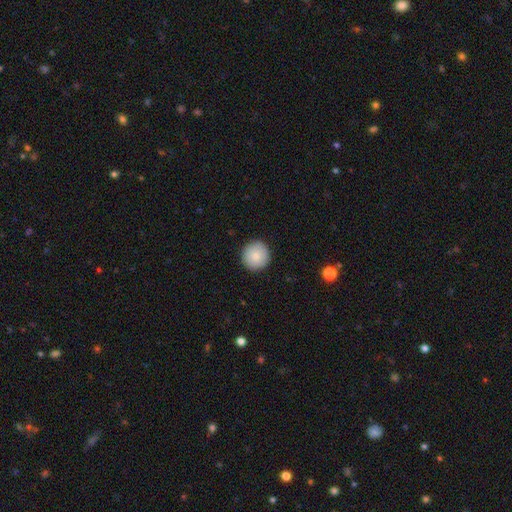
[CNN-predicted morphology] Smooth or featured? smooth (84%)
How rounded? round (95%)
Merging? none (91%)